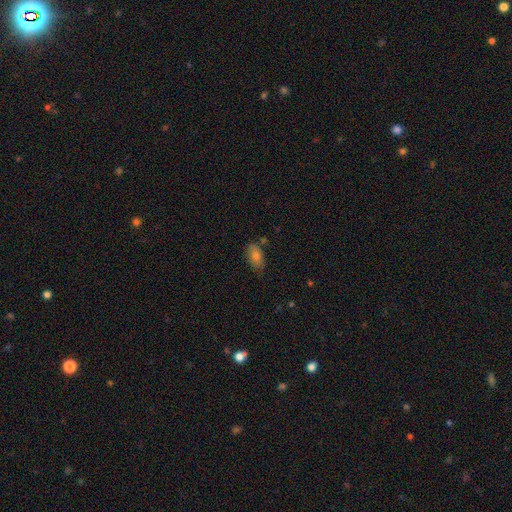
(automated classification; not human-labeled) Smooth or featured: smooth — 75% (featured or disk — 15%)
How rounded: in between — 91% (cigar-shaped — 5%)
Merging: none — 73% (minor disturbance — 20%)